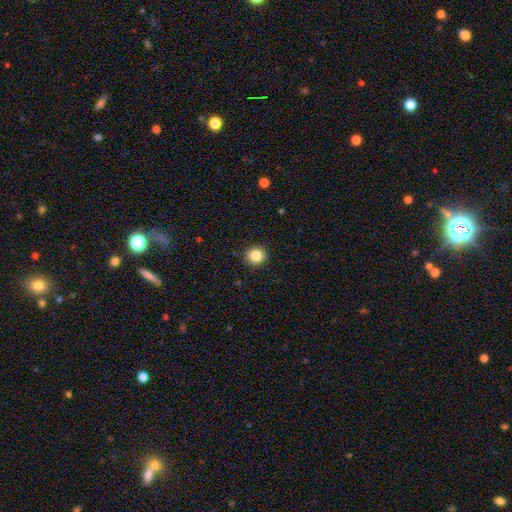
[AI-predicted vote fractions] Overall: smooth (86%). How rounded: round (86%). Merging: none (91%).